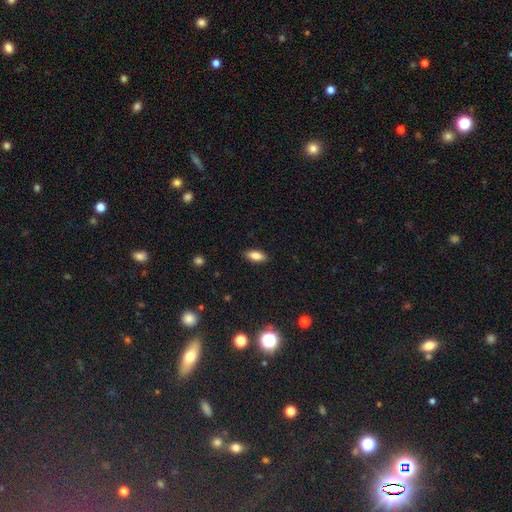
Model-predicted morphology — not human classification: Smooth or featured? smooth (83%)
How rounded? in between (84%)
Merging? none (88%)